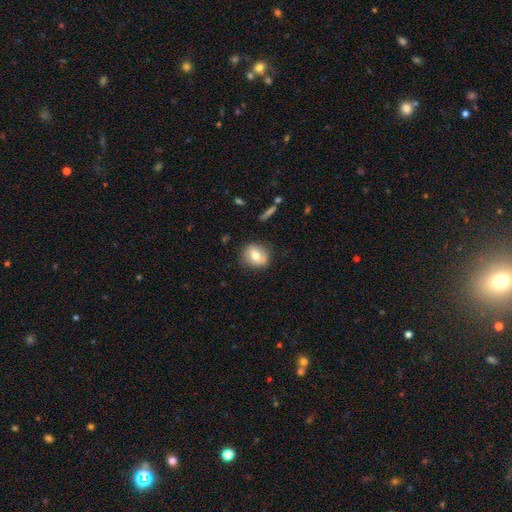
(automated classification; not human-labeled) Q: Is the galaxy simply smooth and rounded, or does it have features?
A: smooth — 68%.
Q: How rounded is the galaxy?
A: round — 57%.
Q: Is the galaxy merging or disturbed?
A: none — 80%.